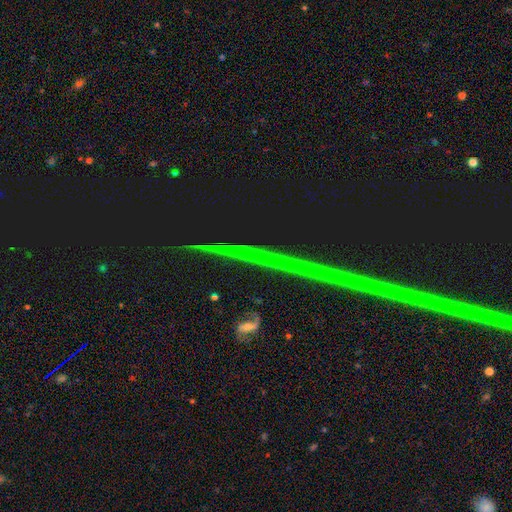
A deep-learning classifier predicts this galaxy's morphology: A star or artifact, not a galaxy (88%).

Vote fractions:
- Smooth or featured? star or artifact: 88% / featured or disk: 8% / smooth: 5%